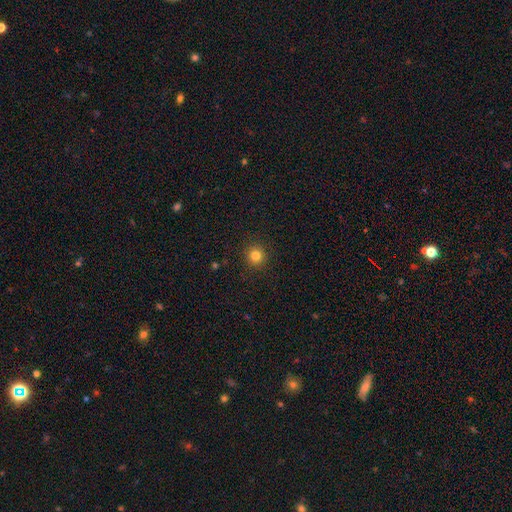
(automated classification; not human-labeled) Q: Smooth or featured?
A: smooth (82%); runner-up: star or artifact (13%)
Q: How rounded?
A: round (94%); runner-up: in between (5%)
Q: Merging?
A: none (92%); runner-up: minor disturbance (5%)